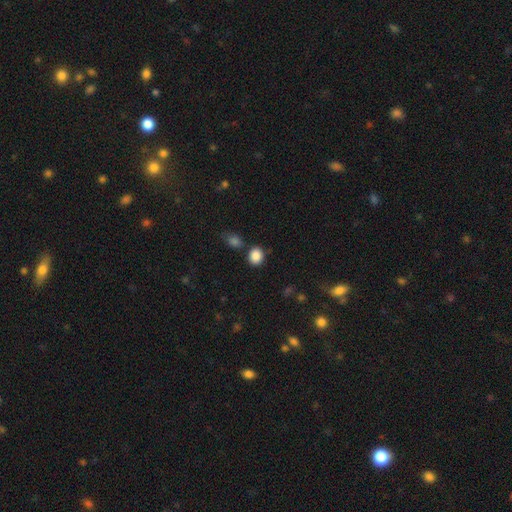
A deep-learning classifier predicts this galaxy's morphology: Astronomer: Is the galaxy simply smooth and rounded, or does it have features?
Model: smooth — 87%.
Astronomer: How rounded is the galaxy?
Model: round — 66%.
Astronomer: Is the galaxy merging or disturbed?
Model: none — 79%.